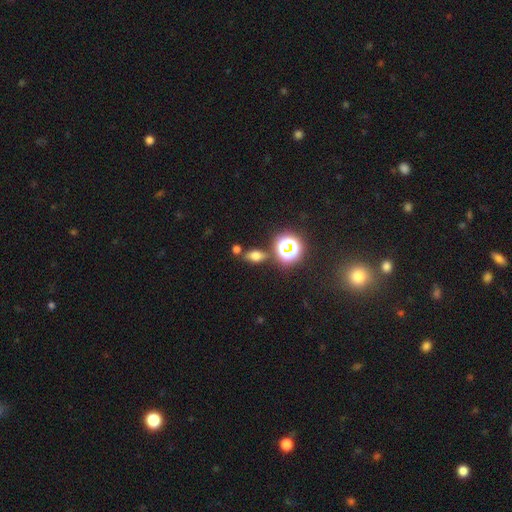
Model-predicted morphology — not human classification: This appears to be a smooth galaxy with no disk features (59%) that is in between round and cigar-shaped (72%). Merging: none (74%).